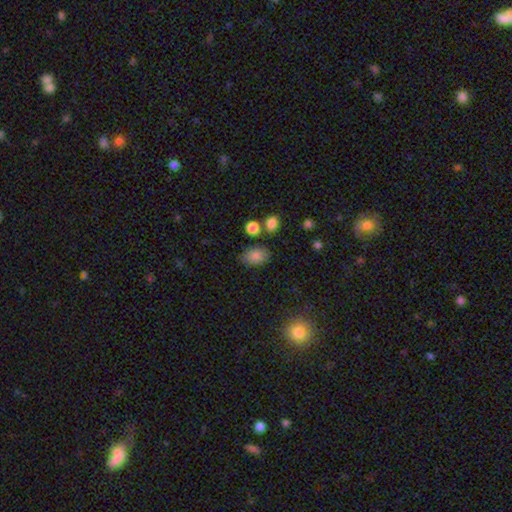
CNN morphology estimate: smooth 82%, star or artifact 10%, featured or disk 7%. Down the decision tree: how rounded — in between (83%); merging — none (76%).